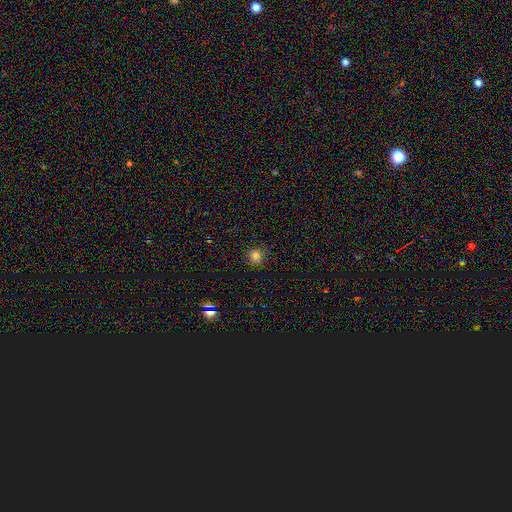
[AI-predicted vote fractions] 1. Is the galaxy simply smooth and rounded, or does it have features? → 79% smooth, 16% star or artifact, 5% featured or disk.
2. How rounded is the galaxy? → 84% round, 15% in between, 1% cigar-shaped.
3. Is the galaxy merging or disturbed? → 81% none, 14% minor disturbance, 4% major disturbance, 1% merger.